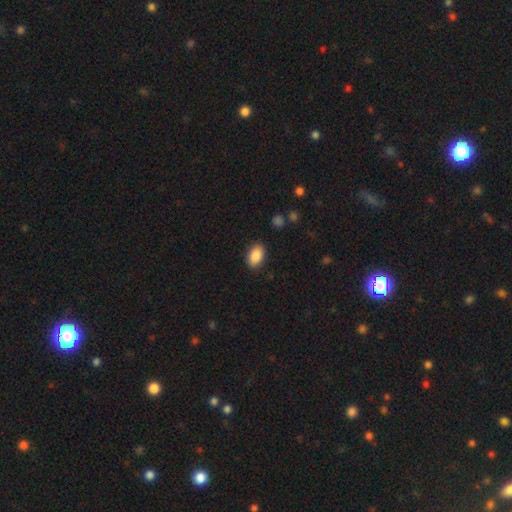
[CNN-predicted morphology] smooth 88%, star or artifact 7%, featured or disk 5%. Down the decision tree: how rounded — in between (89%); merging — none (88%).